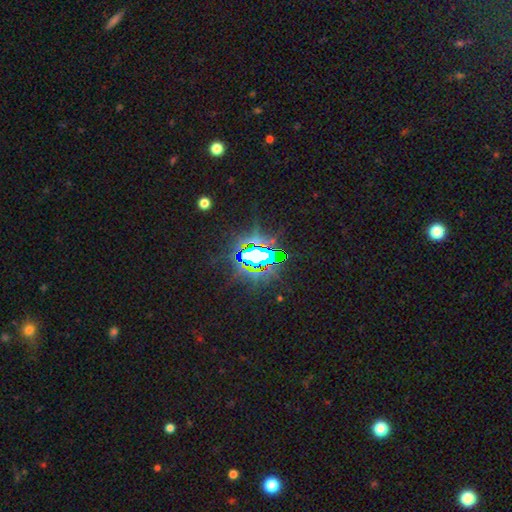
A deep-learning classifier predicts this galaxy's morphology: Smooth or featured: star or artifact — 79% (featured or disk — 11%)